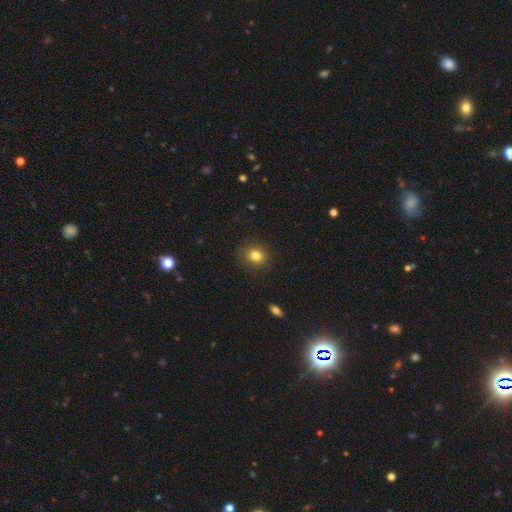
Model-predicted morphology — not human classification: Q: Smooth or featured?
A: smooth (82%); runner-up: star or artifact (11%)
Q: How rounded?
A: round (77%); runner-up: in between (22%)
Q: Merging?
A: none (89%); runner-up: minor disturbance (8%)